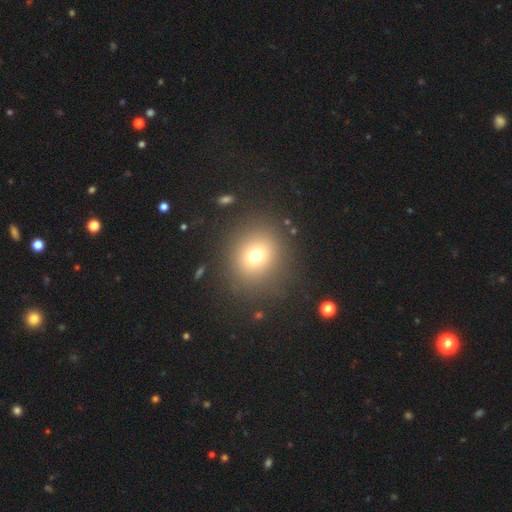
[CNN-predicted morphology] Smooth or featured: smooth — 71% (star or artifact — 17%)
How rounded: round — 80% (in between — 19%)
Merging: none — 85% (minor disturbance — 8%)